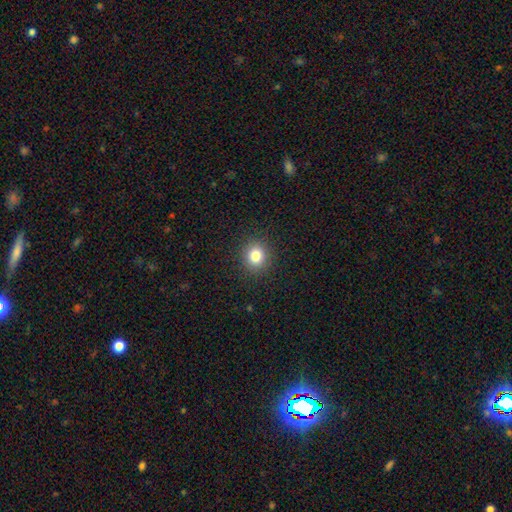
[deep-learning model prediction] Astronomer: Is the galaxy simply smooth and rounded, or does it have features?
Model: smooth — 82%.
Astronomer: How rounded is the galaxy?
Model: round — 80%.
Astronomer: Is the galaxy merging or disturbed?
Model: none — 90%.